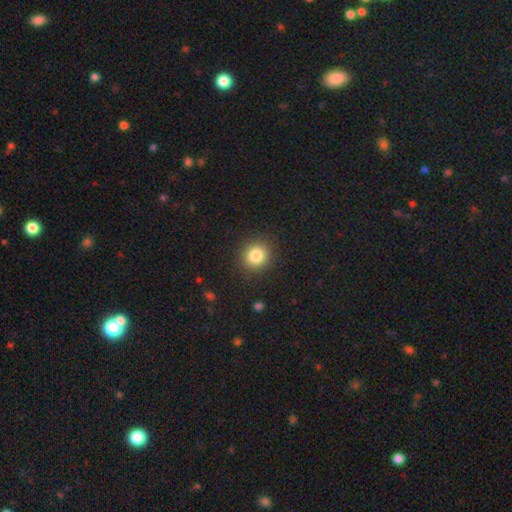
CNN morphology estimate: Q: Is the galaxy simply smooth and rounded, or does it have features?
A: smooth — 83%.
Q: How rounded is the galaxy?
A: round — 86%.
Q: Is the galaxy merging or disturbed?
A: none — 89%.